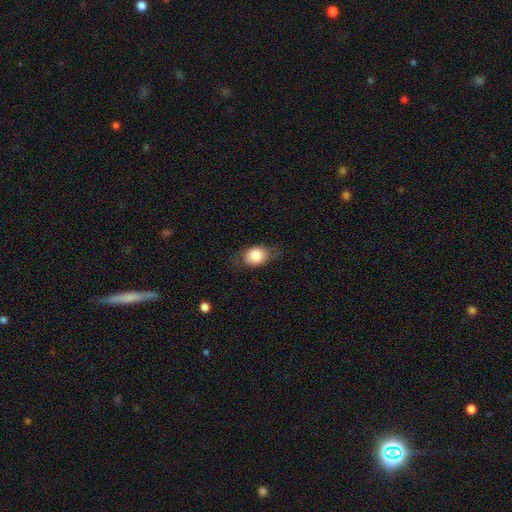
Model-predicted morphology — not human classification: This is likely a smooth galaxy (79%). How rounded: likely in between (65%). Merging: likely none (71%).